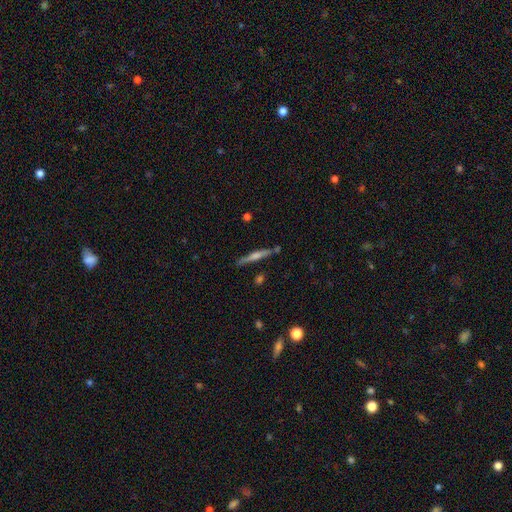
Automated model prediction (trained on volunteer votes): Smooth or featured?
  - featured or disk: 71% *
  - smooth: 22%
  - star or artifact: 7%
Edge-on disk?
  - yes: 97% *
  - no: 3%
Edge-on bulge?
  - rounded: 72% *
  - none: 15%
  - boxy: 13%
Merging?
  - none: 87% *
  - minor disturbance: 9%
  - merger: 3%
  - major disturbance: 2%